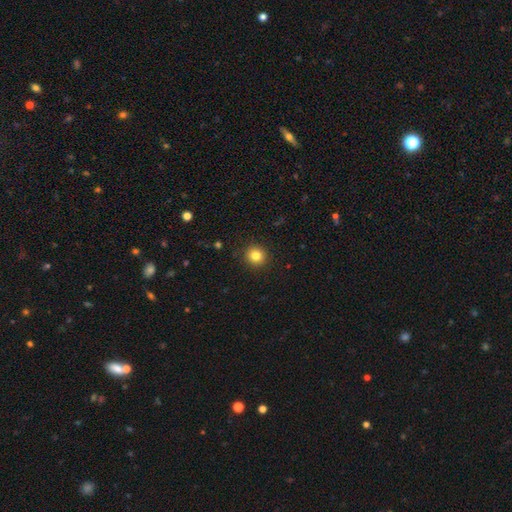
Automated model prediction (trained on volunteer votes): smooth 82%, star or artifact 11%, featured or disk 6%. Down the decision tree: how rounded — round (93%); merging — none (91%).